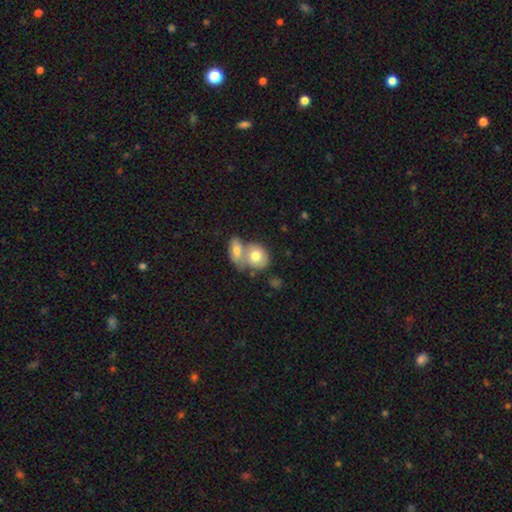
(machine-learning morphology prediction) smooth_or_featured: smooth (p=0.74) [alt: featured or disk p=0.19]
how_rounded: in between (p=0.51) [alt: round p=0.48]
merging: merger (p=0.64) [alt: none p=0.25]